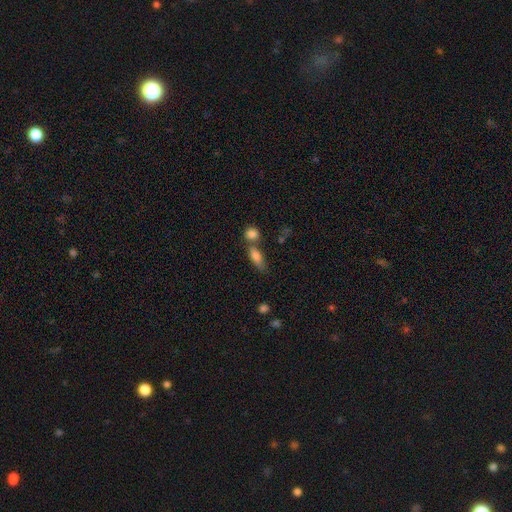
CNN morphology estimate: Smooth or featured: smooth — 81% (featured or disk — 11%)
How rounded: in between — 72% (cigar-shaped — 22%)
Merging: none — 47% (merger — 33%)